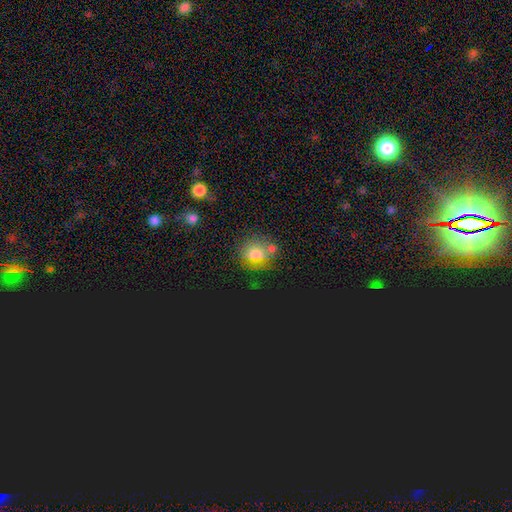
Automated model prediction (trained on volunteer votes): This is likely a smooth galaxy (63%). How rounded: likely round (72%). Merging: likely none (62%).